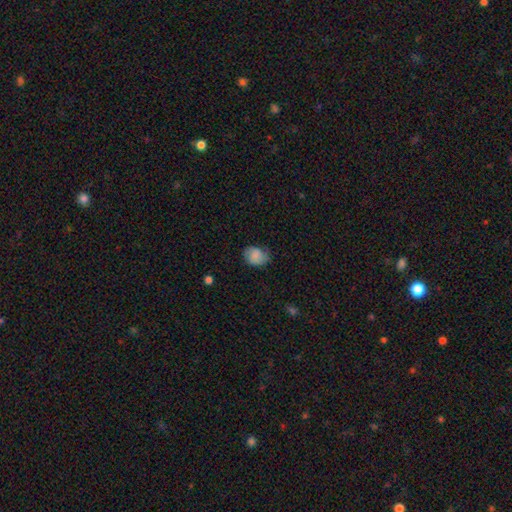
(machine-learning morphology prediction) smooth_or_featured: smooth (p=0.76) [alt: featured or disk p=0.15]
how_rounded: in between (p=0.51) [alt: round p=0.48]
merging: none (p=0.63) [alt: minor disturbance p=0.28]